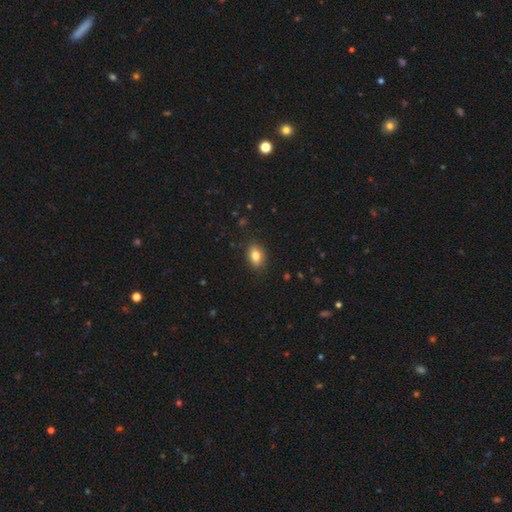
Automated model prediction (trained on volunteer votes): Smooth or featured: smooth — 81% (featured or disk — 11%)
How rounded: in between — 83% (round — 15%)
Merging: none — 87% (minor disturbance — 10%)